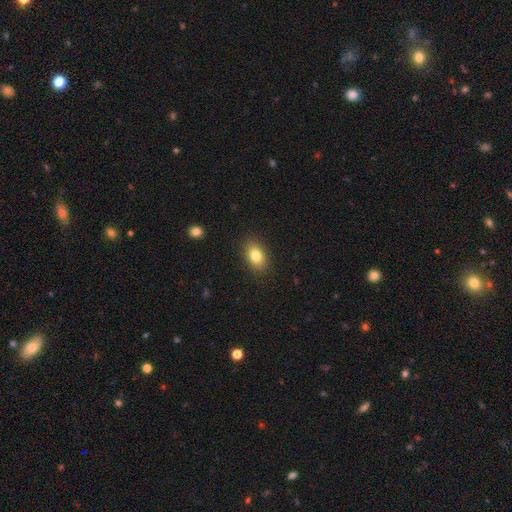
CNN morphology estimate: A smooth galaxy with no disk features (81%) that is in between round and cigar-shaped (84%).

Vote fractions:
- Smooth or featured? smooth: 81% / featured or disk: 10% / star or artifact: 9%
- How rounded? in between: 84% / round: 14% / cigar-shaped: 2%
- Merging? none: 88% / minor disturbance: 9% / major disturbance: 2% / merger: 1%